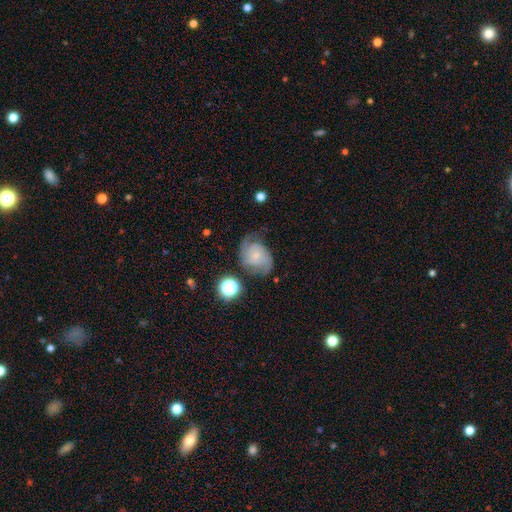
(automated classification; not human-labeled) This is likely a featured or disk galaxy (76%). It is clearly not viewed edge-on (98%). Bar: likely no (71%). Spiral arm pattern: clearly yes (95%). Spiral arm count: clearly 2 (82%). Spiral winding: possibly medium (48%). Central bulge: likely small (71%). Merging: likely none (62%).